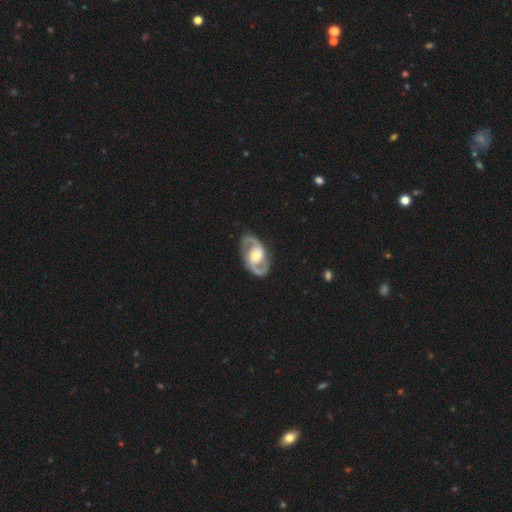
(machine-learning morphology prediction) This appears to be a featured or disk galaxy (91%) with no bar (43%), 2 (94%) medium (59%) spiral arms (96%) and a moderate central bulge (66%). Merging: none (86%).